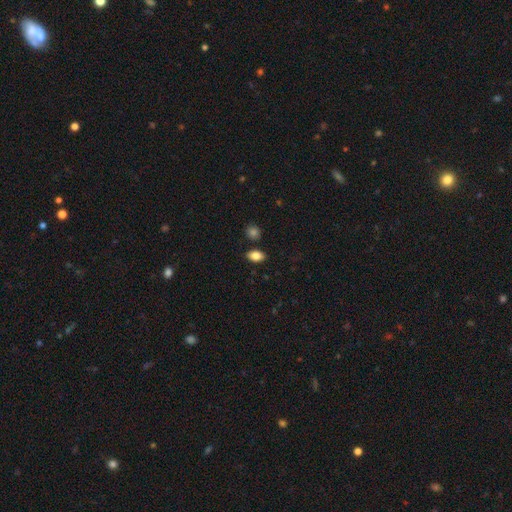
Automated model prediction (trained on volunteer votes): smooth_or_featured: smooth (p=0.85) [alt: star or artifact p=0.08]
how_rounded: in between (p=0.88) [alt: round p=0.10]
merging: none (p=0.84) [alt: minor disturbance p=0.10]